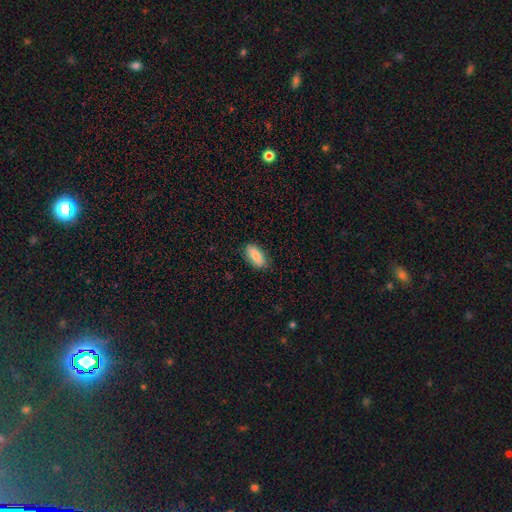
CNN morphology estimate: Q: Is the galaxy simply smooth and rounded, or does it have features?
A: smooth — 85%.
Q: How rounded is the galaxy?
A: in between — 86%.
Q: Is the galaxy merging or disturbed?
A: none — 86%.